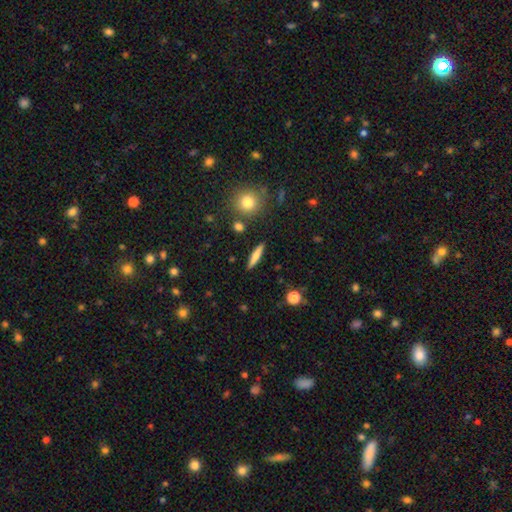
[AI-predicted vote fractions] Smooth or featured? smooth (63%)
How rounded? cigar-shaped (83%)
Merging? none (89%)